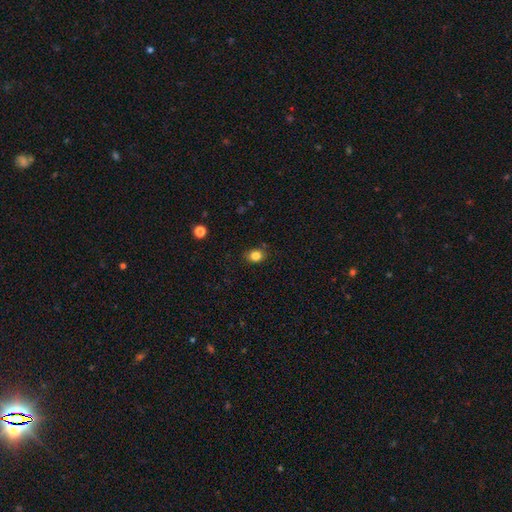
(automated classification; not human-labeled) A smooth galaxy with no disk features (83%) that is round (54%).

Vote fractions:
- Smooth or featured? smooth: 83% / star or artifact: 11% / featured or disk: 5%
- How rounded? round: 54% / in between: 45% / cigar-shaped: 1%
- Merging? none: 84% / minor disturbance: 12% / major disturbance: 3% / merger: 2%